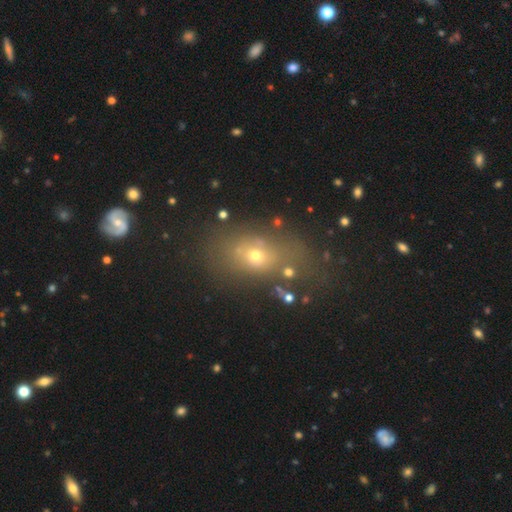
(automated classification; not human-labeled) Q: Smooth or featured?
A: smooth (56%); runner-up: star or artifact (23%)
Q: How rounded?
A: in between (66%); runner-up: round (31%)
Q: Merging?
A: none (64%); runner-up: minor disturbance (17%)